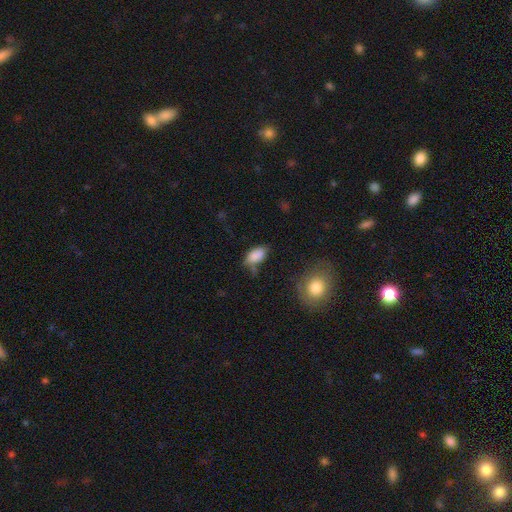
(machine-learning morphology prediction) Smooth or featured? smooth (85%)
How rounded? in between (92%)
Merging? none (54%)